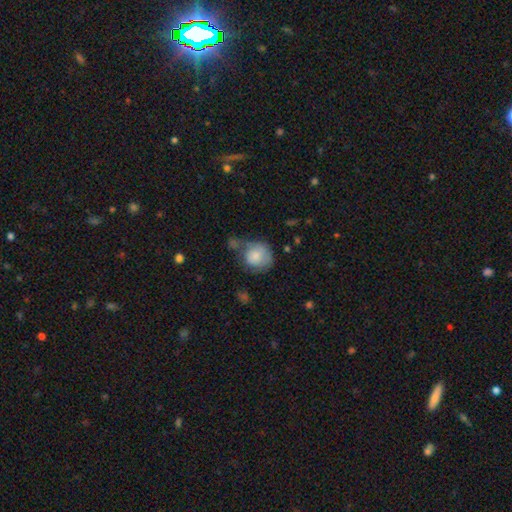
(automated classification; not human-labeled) This is likely a smooth galaxy (74%). How rounded: likely round (78%). Merging: marginally none (36%).